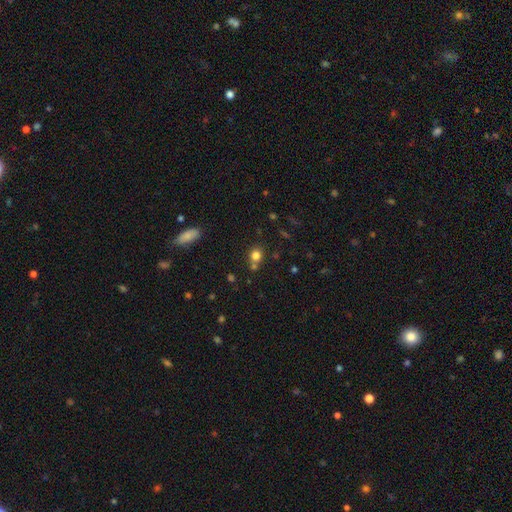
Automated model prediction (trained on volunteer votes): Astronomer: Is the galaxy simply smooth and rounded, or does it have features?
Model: smooth — 78%.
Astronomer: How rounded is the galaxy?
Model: round — 80%.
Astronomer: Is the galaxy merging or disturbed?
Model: none — 64%.